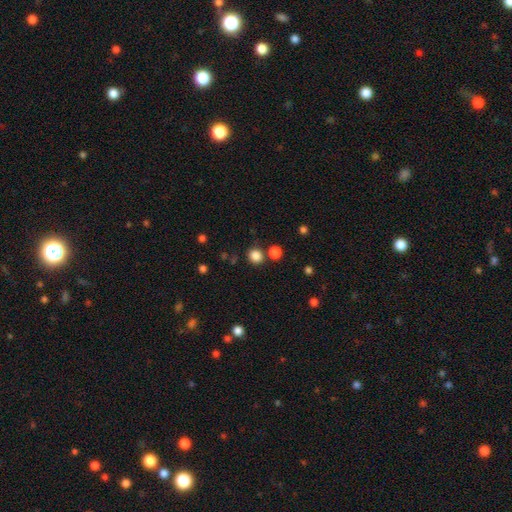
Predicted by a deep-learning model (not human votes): Q: Smooth or featured?
A: smooth (84%); runner-up: star or artifact (12%)
Q: How rounded?
A: round (85%); runner-up: in between (14%)
Q: Merging?
A: none (79%); runner-up: merger (10%)